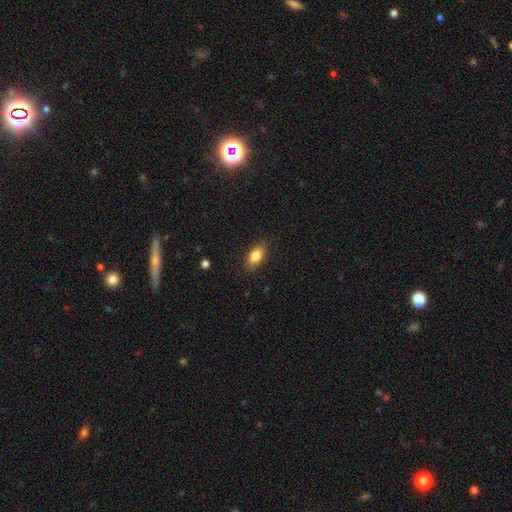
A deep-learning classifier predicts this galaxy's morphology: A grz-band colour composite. It shows a smooth galaxy with no disk features (83%) that is in between round and cigar-shaped (88%). Merging: none (86%).